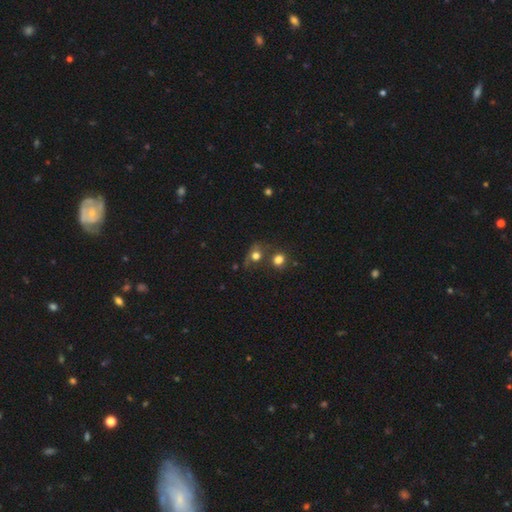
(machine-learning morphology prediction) Smooth or featured?
  - smooth: 64% *
  - star or artifact: 18%
  - featured or disk: 18%
How rounded?
  - round: 72% *
  - in between: 26%
  - cigar-shaped: 2%
Merging?
  - none: 46% *
  - merger: 25%
  - minor disturbance: 17%
  - major disturbance: 13%